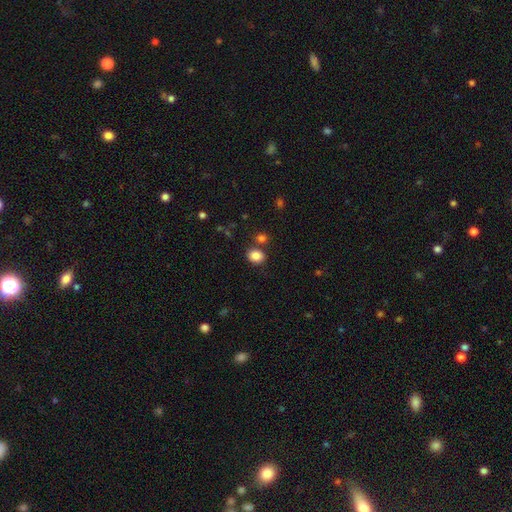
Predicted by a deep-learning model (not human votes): A smooth galaxy with no disk features (86%) that is round (50%).

Vote fractions:
- Smooth or featured? smooth: 86% / star or artifact: 10% / featured or disk: 4%
- How rounded? round: 50% / in between: 49% / cigar-shaped: 1%
- Merging? none: 75% / merger: 11% / minor disturbance: 10% / major disturbance: 4%